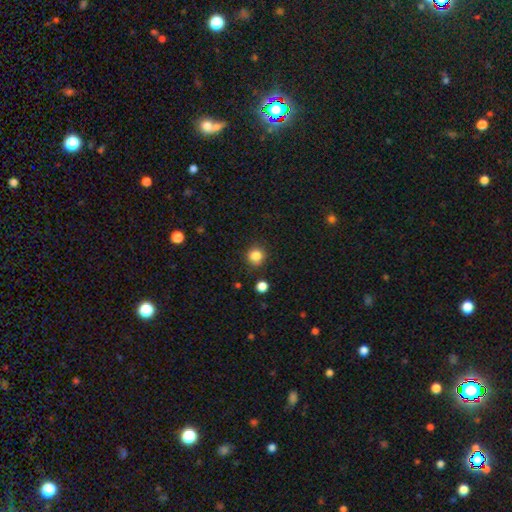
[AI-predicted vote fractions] Overall: smooth (84%). How rounded: round (91%). Merging: none (87%).